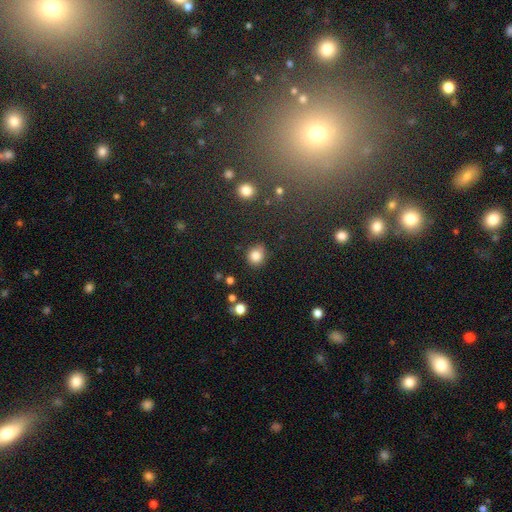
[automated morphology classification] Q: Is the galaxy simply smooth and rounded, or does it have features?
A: smooth — 83%.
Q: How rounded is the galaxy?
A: round — 82%.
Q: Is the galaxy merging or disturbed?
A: none — 79%.